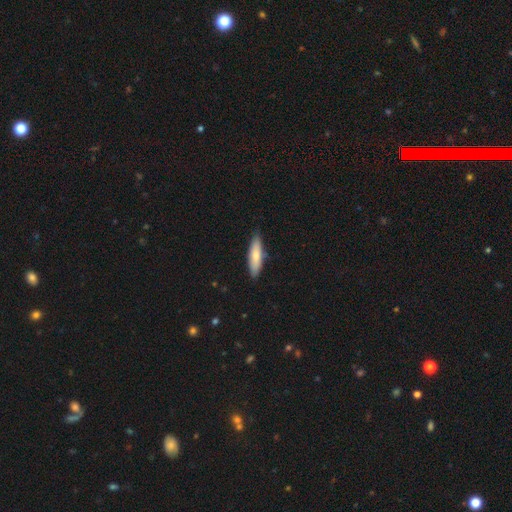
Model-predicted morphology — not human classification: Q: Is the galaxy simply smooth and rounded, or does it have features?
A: smooth — 73%.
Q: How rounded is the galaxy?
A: cigar-shaped — 63%.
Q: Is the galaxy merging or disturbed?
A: none — 82%.